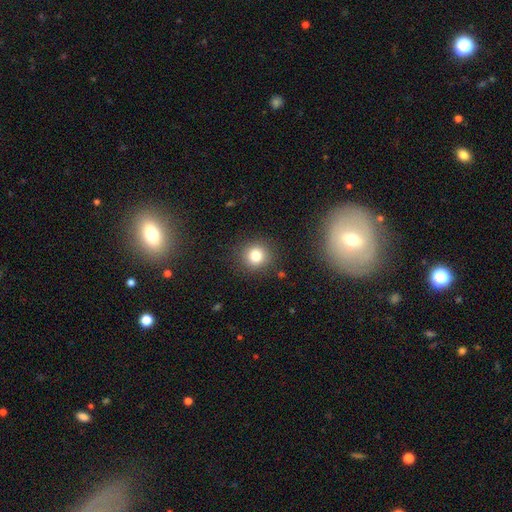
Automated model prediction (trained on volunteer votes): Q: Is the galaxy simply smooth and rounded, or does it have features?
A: smooth — 81%.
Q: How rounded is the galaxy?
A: round — 89%.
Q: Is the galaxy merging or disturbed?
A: none — 87%.